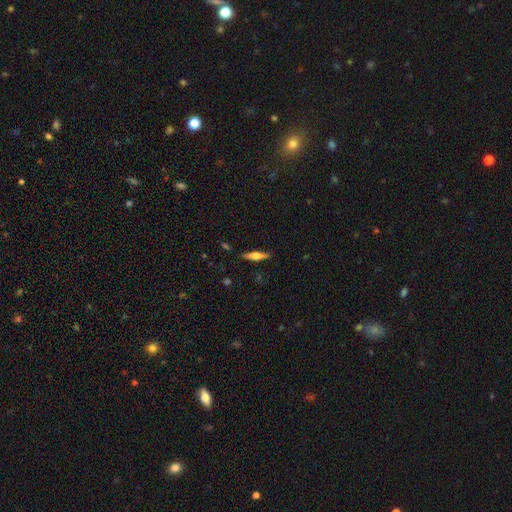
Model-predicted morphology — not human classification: type=featured or disk (50%); merging=none (87%).